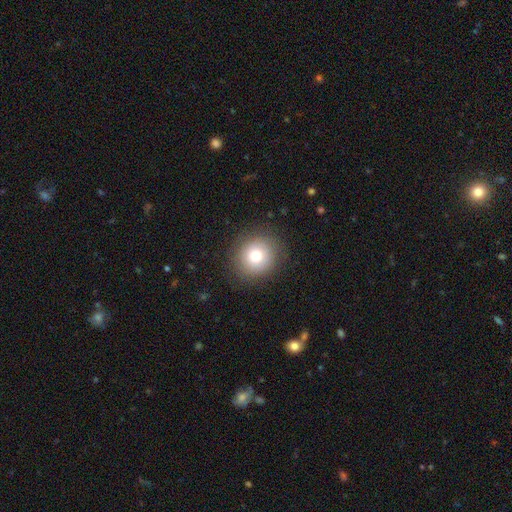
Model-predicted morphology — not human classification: Overall: smooth (75%). How rounded: round (86%). Merging: none (87%).